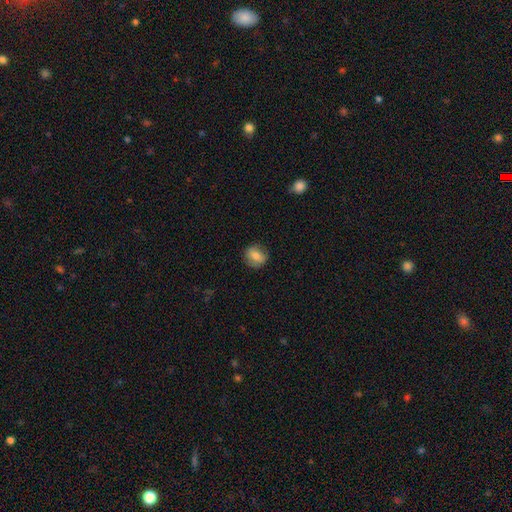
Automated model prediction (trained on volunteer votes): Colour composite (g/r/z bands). It shows a smooth galaxy with no disk features (73%) that is round (67%). Merging: none (83%).